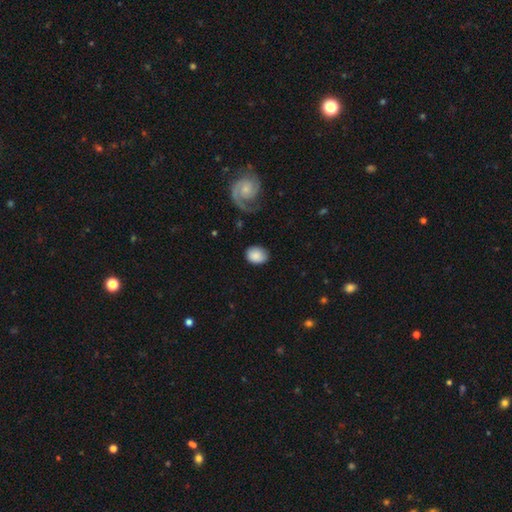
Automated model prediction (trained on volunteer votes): smooth-or-featured: smooth: 82% | featured or disk: 12% | star or artifact: 6%
  how-rounded: in between: 54% | round: 45% | cigar-shaped: 1%
  merging: none: 77% | minor disturbance: 15% | major disturbance: 6% | merger: 3%